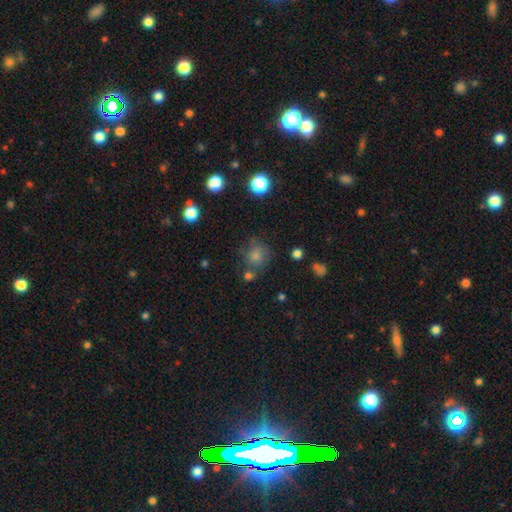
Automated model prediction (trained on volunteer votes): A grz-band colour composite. It shows a smooth galaxy with no disk features (64%) that is round (86%). Merging: none (69%).